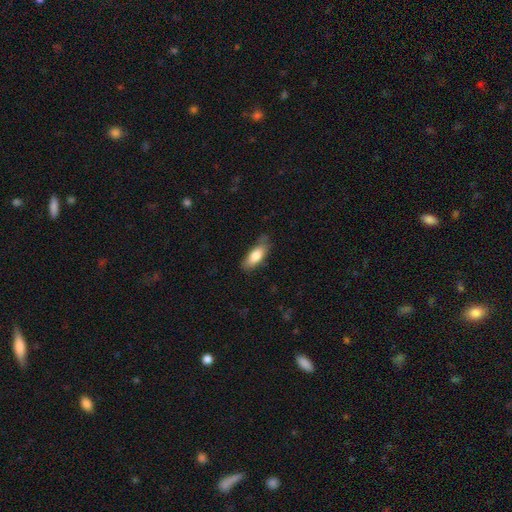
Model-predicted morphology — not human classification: A smooth galaxy with no disk features (80%) that is in between round and cigar-shaped (72%).

Vote fractions:
- Smooth or featured? smooth: 80% / featured or disk: 14% / star or artifact: 6%
- How rounded? in between: 72% / cigar-shaped: 26% / round: 2%
- Merging? none: 66% / minor disturbance: 27% / major disturbance: 6% / merger: 2%